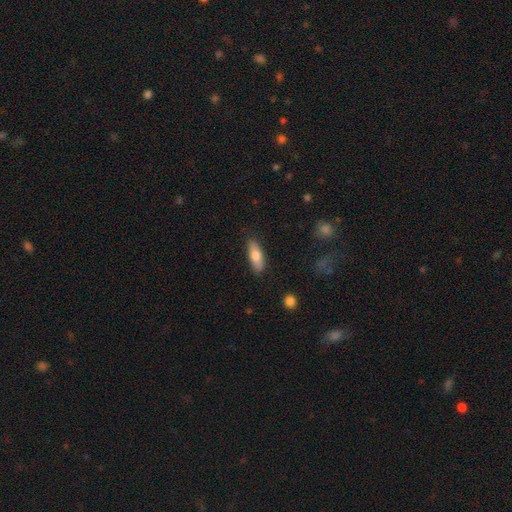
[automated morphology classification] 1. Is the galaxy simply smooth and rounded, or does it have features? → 74% smooth, 20% featured or disk, 6% star or artifact.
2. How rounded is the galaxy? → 64% in between, 33% cigar-shaped, 3% round.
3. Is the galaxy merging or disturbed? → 83% none, 13% minor disturbance, 3% major disturbance, 1% merger.